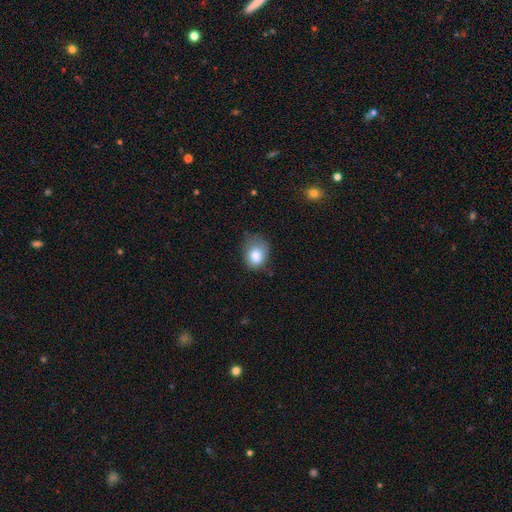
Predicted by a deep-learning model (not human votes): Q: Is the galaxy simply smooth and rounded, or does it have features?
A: smooth — 82%.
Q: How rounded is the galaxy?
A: in between — 59%.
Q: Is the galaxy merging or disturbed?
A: none — 48%.